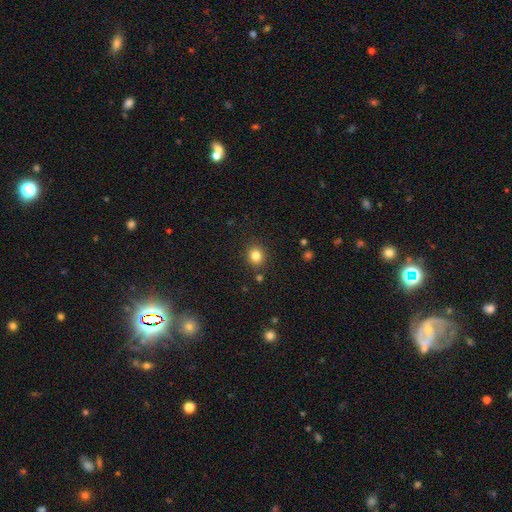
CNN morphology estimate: smooth-or-featured: smooth: 82% | star or artifact: 12% | featured or disk: 6%
  how-rounded: round: 76% | in between: 23% | cigar-shaped: 1%
  merging: none: 86% | minor disturbance: 8% | merger: 3% | major disturbance: 3%